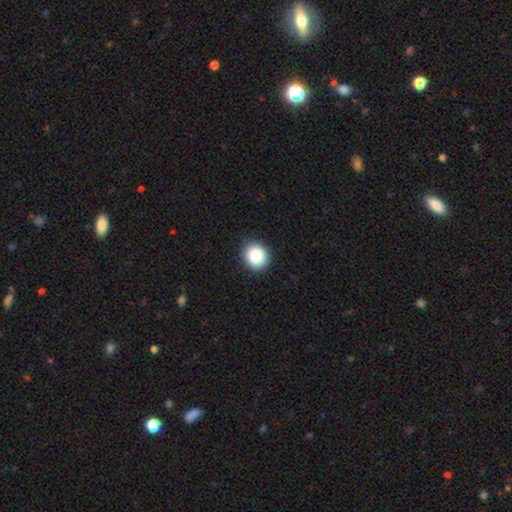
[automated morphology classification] A smooth galaxy with no disk features (86%) that is round (79%).

Vote fractions:
- Smooth or featured? smooth: 86% / star or artifact: 9% / featured or disk: 5%
- How rounded? round: 79% / in between: 20% / cigar-shaped: 1%
- Merging? none: 90% / minor disturbance: 7% / major disturbance: 2% / merger: 1%